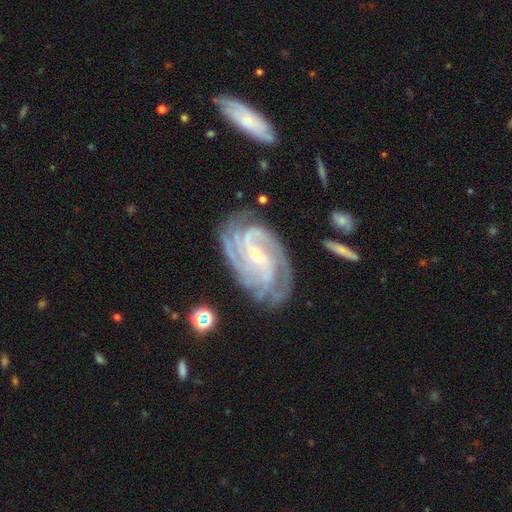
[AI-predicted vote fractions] This appears to be a featured or disk galaxy (89%) with a weak bar (43%), 3 (26%) tight (59%) spiral arms (98%) and a small central bulge (74%). Merging: none (73%).